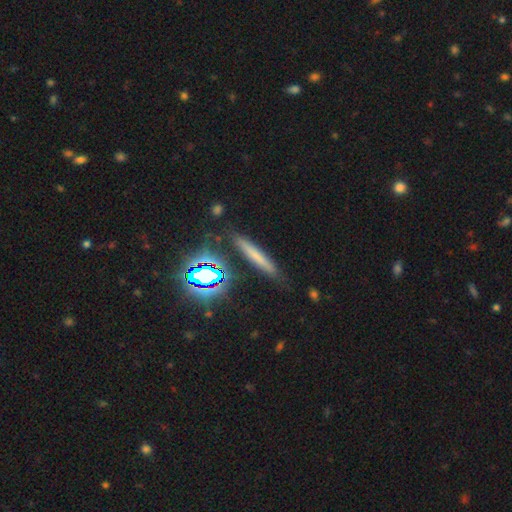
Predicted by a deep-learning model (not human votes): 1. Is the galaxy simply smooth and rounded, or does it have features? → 58% smooth, 24% featured or disk, 18% star or artifact.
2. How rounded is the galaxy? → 91% cigar-shaped, 6% in between, 3% round.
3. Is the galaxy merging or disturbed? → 84% none, 11% minor disturbance, 3% major disturbance, 3% merger.